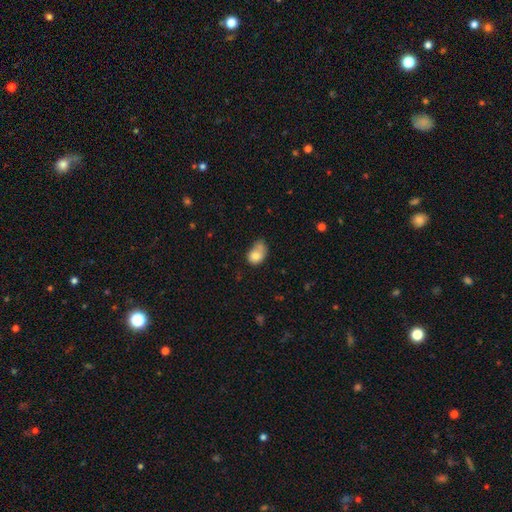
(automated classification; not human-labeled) Morphology: type=smooth (75%); roundness=in between (66%); merging=merger (30%).